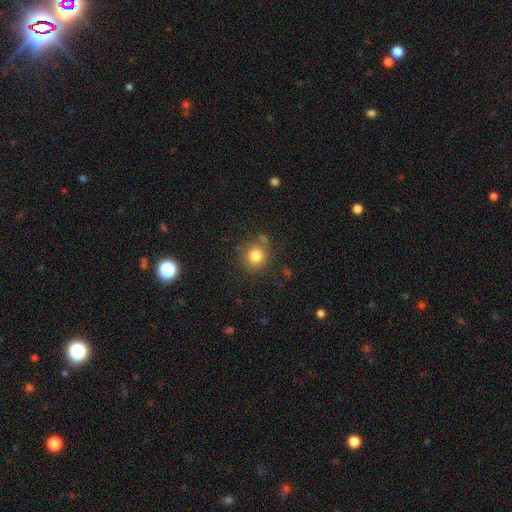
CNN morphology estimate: This is clearly a smooth galaxy (80%). How rounded: clearly round (87%). Merging: likely none (78%).